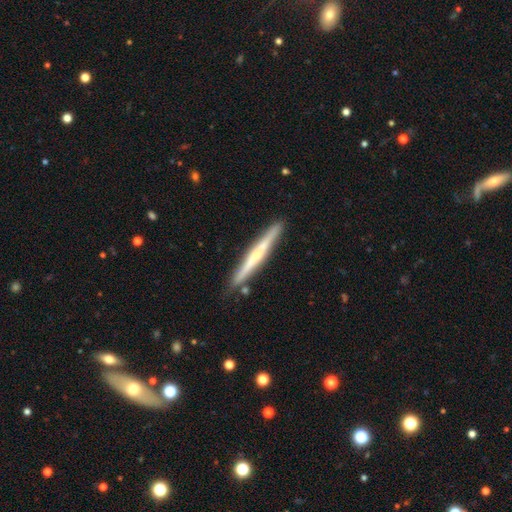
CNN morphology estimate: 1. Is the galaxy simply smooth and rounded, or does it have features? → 61% featured or disk, 33% smooth, 6% star or artifact.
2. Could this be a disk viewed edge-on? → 97% yes, 3% no.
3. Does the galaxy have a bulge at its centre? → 48% rounded, 44% none, 8% boxy.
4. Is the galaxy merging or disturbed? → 88% none, 8% minor disturbance, 2% merger, 1% major disturbance.